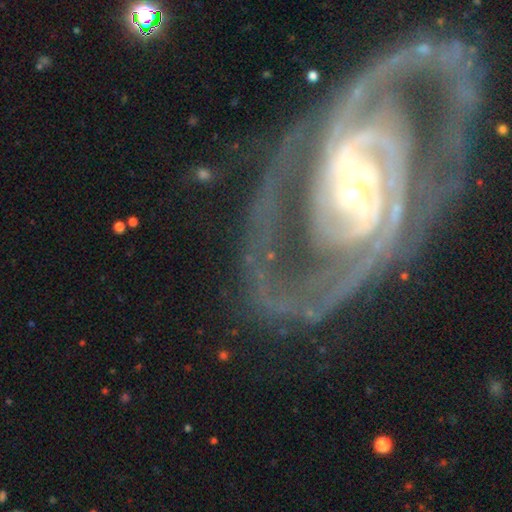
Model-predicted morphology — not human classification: Smooth or featured? featured or disk (91%)
Edge-on disk? no (96%)
Bar? strong (42%)
Spiral arms? yes (96%)
Spiral winding? tight (49%)
Spiral arm count? 2 (67%)
Bulge size? moderate (45%)
Merging? none (69%)